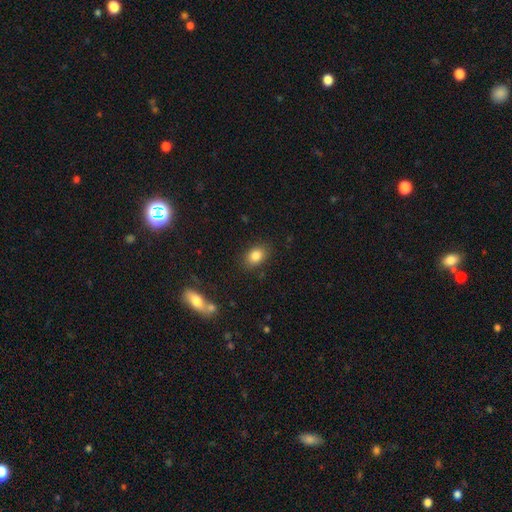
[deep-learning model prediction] Smooth or featured: smooth — 84% (star or artifact — 9%)
How rounded: in between — 73% (round — 25%)
Merging: none — 85% (minor disturbance — 11%)